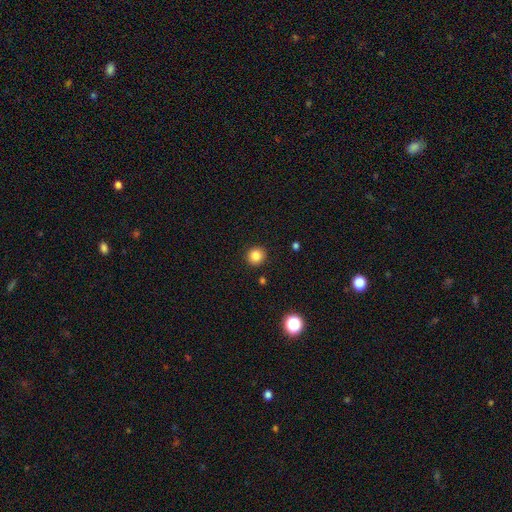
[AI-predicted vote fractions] Smooth or featured?
  - smooth: 84% *
  - star or artifact: 11%
  - featured or disk: 5%
How rounded?
  - round: 92% *
  - in between: 7%
  - cigar-shaped: 1%
Merging?
  - none: 92% *
  - minor disturbance: 5%
  - major disturbance: 2%
  - merger: 1%